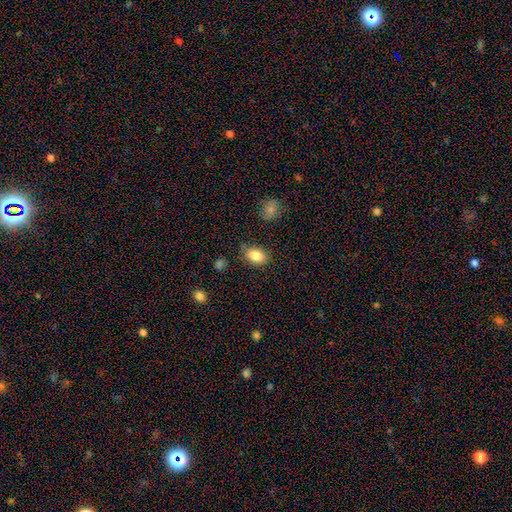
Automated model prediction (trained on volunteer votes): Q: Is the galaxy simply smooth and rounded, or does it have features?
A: smooth — 85%.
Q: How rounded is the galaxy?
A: in between — 82%.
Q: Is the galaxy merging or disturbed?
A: none — 80%.